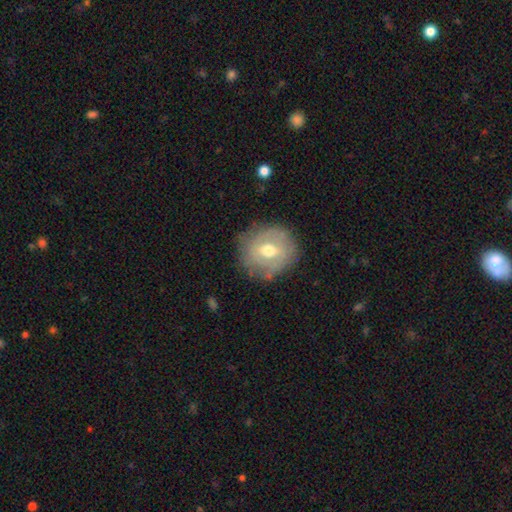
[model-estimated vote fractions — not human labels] Overall: featured or disk (53%; smooth 34%). Edge-on disk: no (94%). Merging: none (80%).